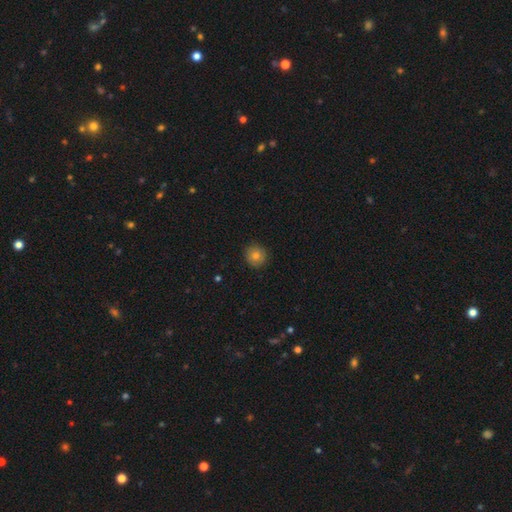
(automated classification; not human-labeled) This is likely a smooth galaxy (79%). How rounded: clearly round (92%). Merging: clearly none (90%).